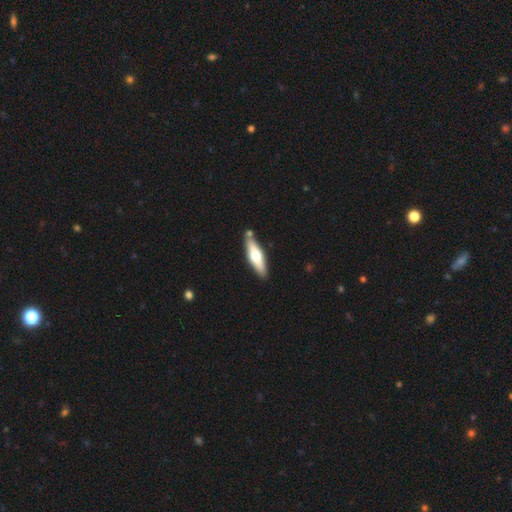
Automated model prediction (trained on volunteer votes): Overall: featured or disk (48%; smooth 47%). Merging: none (81%).